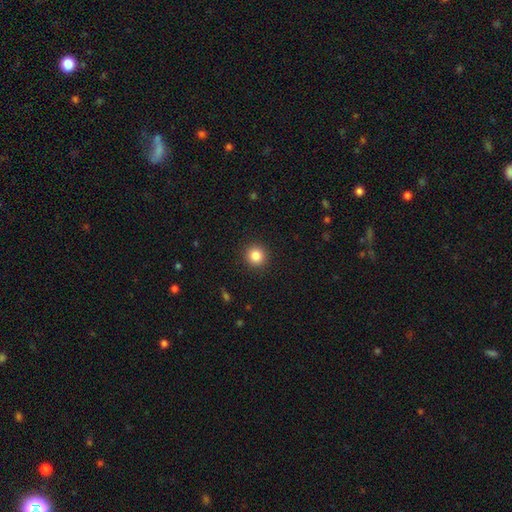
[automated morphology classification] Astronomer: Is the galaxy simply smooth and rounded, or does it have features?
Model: smooth — 85%.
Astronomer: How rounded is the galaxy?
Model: round — 93%.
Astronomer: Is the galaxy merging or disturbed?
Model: none — 92%.